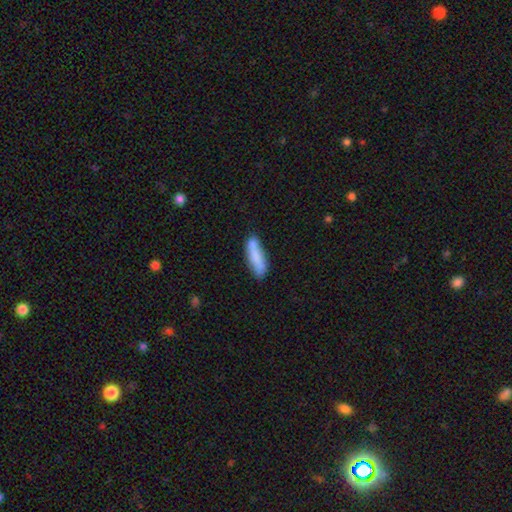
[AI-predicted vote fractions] Smooth or featured?
  - smooth: 79% *
  - featured or disk: 14%
  - star or artifact: 6%
How rounded?
  - cigar-shaped: 64% *
  - in between: 35%
  - round: 2%
Merging?
  - none: 64% *
  - minor disturbance: 21%
  - merger: 10%
  - major disturbance: 5%